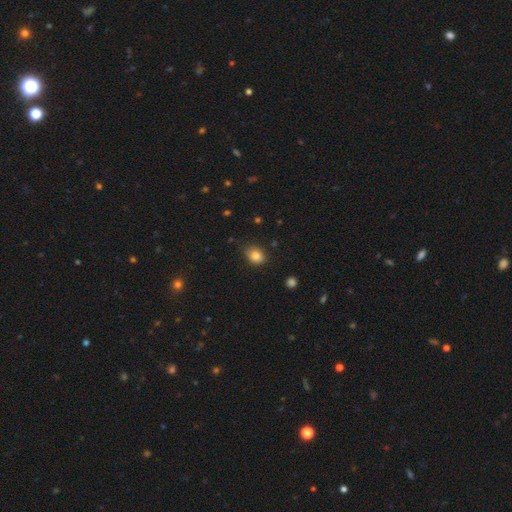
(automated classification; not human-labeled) This appears to be a smooth galaxy with no disk features (84%) that is in between round and cigar-shaped (59%). Merging: none (78%).